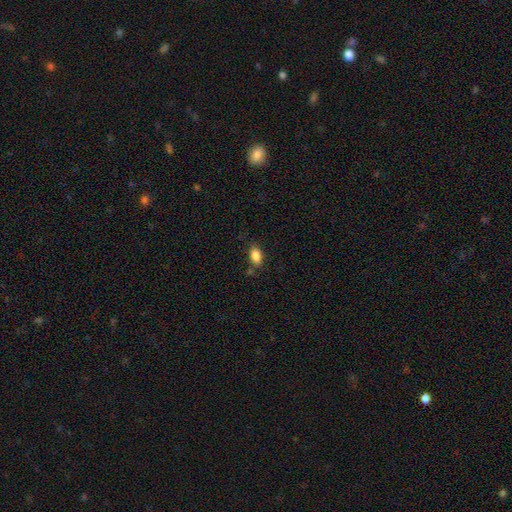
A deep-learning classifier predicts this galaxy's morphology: The model was most divided on "merging": none: 77%, minor disturbance: 14%, merger: 5%, major disturbance: 4%. More confident: how rounded — in between (89%); smooth or featured — smooth (86%).